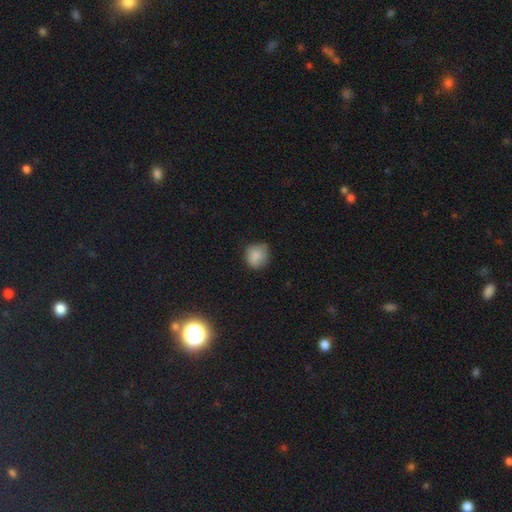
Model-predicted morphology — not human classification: Q: Smooth or featured?
A: smooth (85%); runner-up: star or artifact (10%)
Q: How rounded?
A: round (82%); runner-up: in between (17%)
Q: Merging?
A: none (73%); runner-up: minor disturbance (22%)